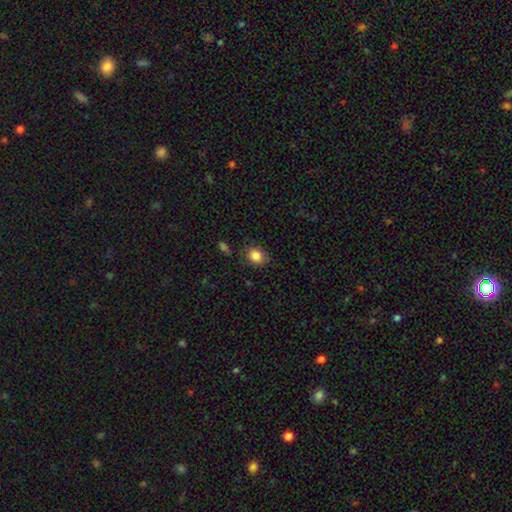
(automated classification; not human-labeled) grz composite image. It shows a smooth galaxy with no disk features (85%) that is round (56%). Merging: none (79%).